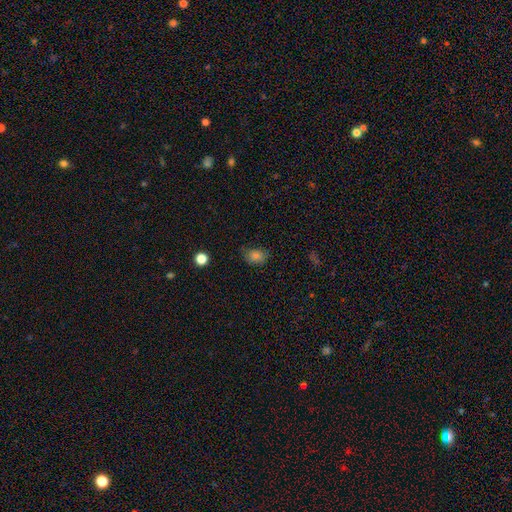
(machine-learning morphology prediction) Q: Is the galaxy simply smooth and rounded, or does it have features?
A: smooth — 79%.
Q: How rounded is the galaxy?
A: in between — 64%.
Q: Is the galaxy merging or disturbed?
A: none — 68%.